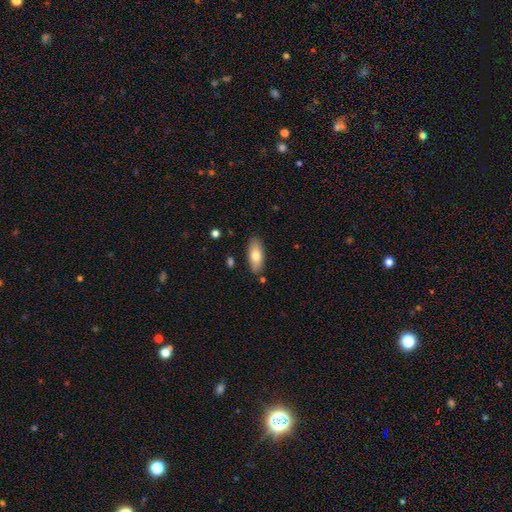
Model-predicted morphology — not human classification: Smooth or featured: smooth — 74% (featured or disk — 20%)
How rounded: in between — 82% (cigar-shaped — 16%)
Merging: none — 84% (minor disturbance — 11%)